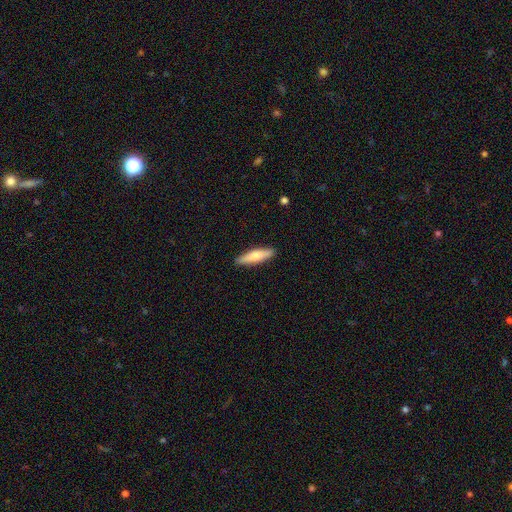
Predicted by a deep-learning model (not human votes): Smooth or featured? Predicted: smooth (p=0.67). How rounded? Predicted: cigar-shaped (p=0.73). Merging? Predicted: none (p=0.90).